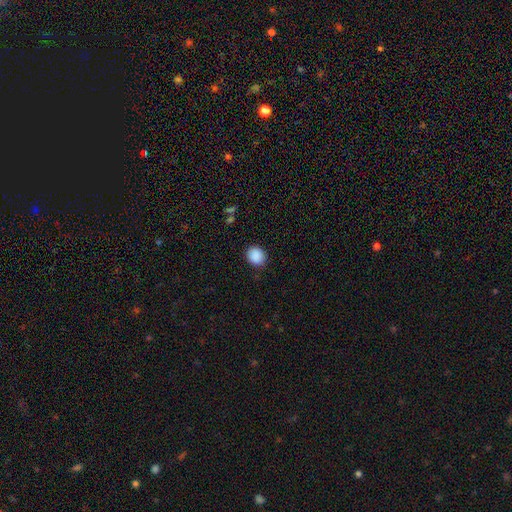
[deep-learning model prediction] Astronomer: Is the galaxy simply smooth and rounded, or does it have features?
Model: smooth — 89%.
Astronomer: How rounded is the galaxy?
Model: round — 66%.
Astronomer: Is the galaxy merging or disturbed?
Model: none — 87%.